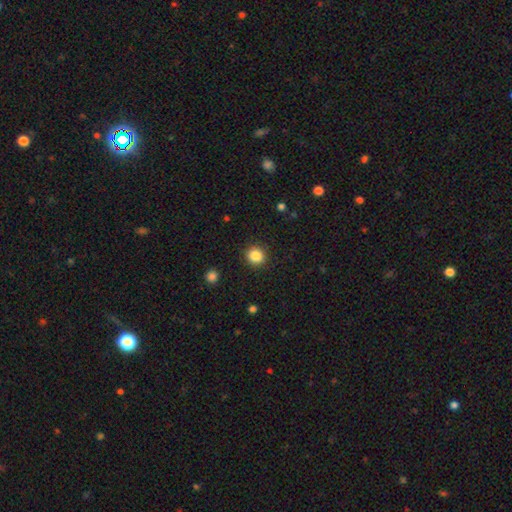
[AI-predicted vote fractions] smooth-or-featured: smooth: 85% | star or artifact: 11% | featured or disk: 4%
  how-rounded: round: 89% | in between: 10% | cigar-shaped: 1%
  merging: none: 91% | minor disturbance: 6% | major disturbance: 2% | merger: 1%